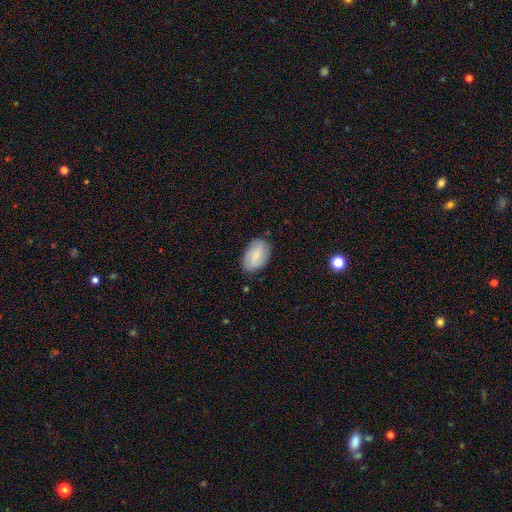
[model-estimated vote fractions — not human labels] smooth 72%, featured or disk 22%, star or artifact 7%. Down the decision tree: how rounded — in between (90%); merging — none (81%).